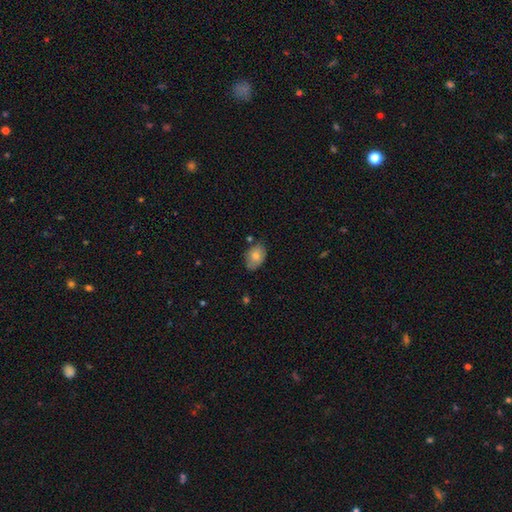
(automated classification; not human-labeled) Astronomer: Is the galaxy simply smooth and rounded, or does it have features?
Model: smooth — 74%.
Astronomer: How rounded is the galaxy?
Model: in between — 79%.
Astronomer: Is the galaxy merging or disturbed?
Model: none — 72%.